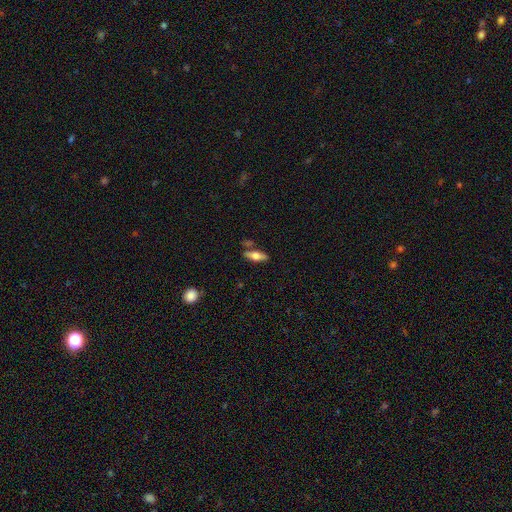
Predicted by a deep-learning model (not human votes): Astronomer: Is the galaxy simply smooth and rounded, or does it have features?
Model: smooth — 51% (runner-up: featured or disk, 43%).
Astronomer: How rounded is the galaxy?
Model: in between — 63%.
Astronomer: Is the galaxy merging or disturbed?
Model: none — 73%.